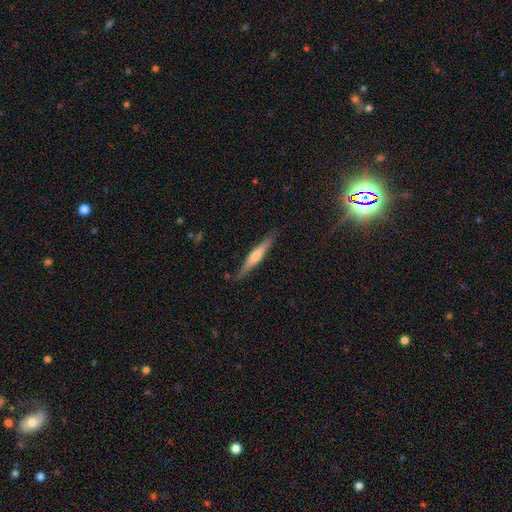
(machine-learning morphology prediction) This is possibly a featured or disk galaxy (55%). It is clearly viewed edge-on (96%). Edge-on bulge: likely rounded (76%). Merging: clearly none (87%).